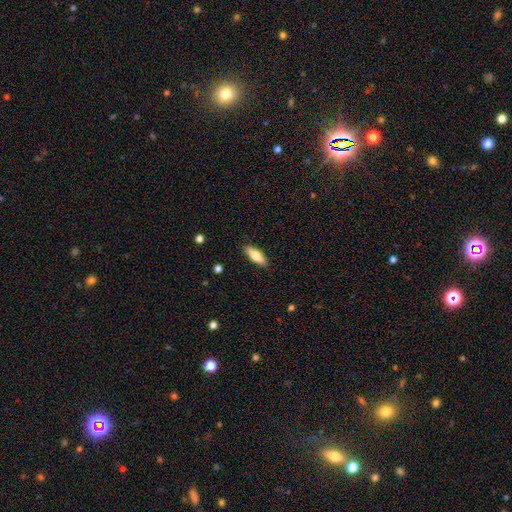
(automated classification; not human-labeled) smooth-or-featured: smooth: 71% | featured or disk: 23% | star or artifact: 6%
  how-rounded: in between: 64% | cigar-shaped: 34% | round: 2%
  merging: none: 88% | minor disturbance: 9% | major disturbance: 2% | merger: 1%